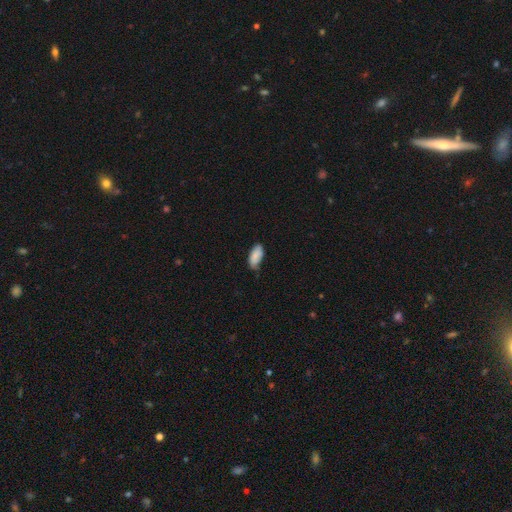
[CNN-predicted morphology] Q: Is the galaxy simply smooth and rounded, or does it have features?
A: smooth — 86%.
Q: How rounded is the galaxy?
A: in between — 90%.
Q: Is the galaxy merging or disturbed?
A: none — 62%.